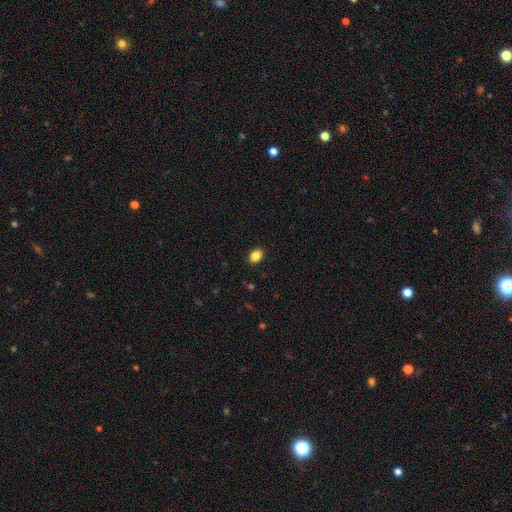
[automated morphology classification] Smooth or featured? smooth (86%)
How rounded? in between (70%)
Merging? none (90%)